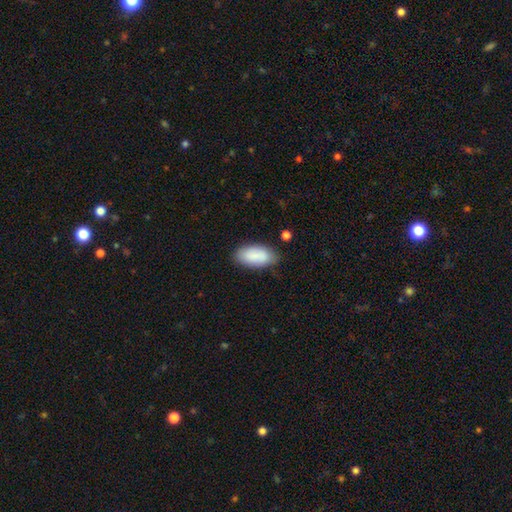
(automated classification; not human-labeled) A smooth galaxy with no disk features (86%) that is in between round and cigar-shaped (93%).

Vote fractions:
- Smooth or featured? smooth: 86% / featured or disk: 8% / star or artifact: 6%
- How rounded? in between: 93% / cigar-shaped: 4% / round: 2%
- Merging? none: 77% / minor disturbance: 17% / major disturbance: 3% / merger: 3%